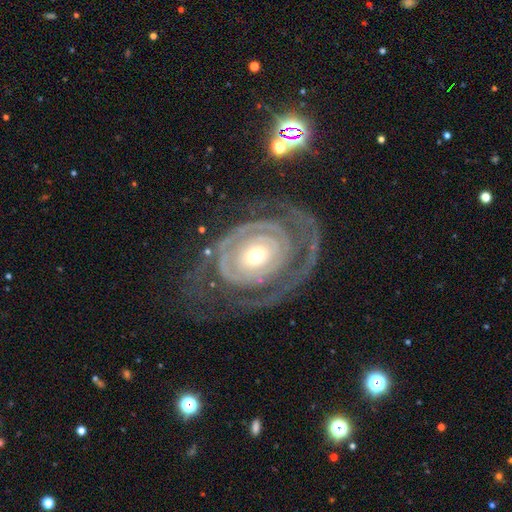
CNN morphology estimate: type=featured or disk (84%); edge-on=no (96%); bar=no (80%); spiral arms=yes (82%); winding=tight (72%); arm count=can't tell (31%); bulge=moderate (53%); merging=none (53%).